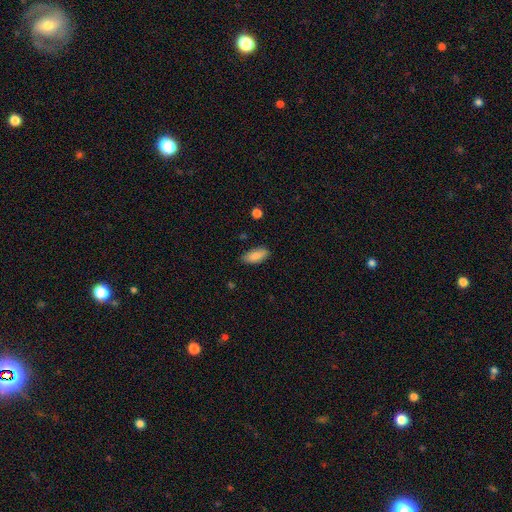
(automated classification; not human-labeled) Smooth or featured? Predicted: smooth (p=0.85). How rounded? Predicted: in between (p=0.86). Merging? Predicted: none (p=0.83).